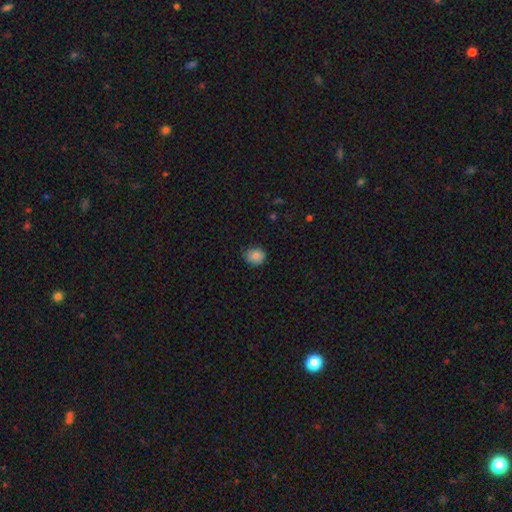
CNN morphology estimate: smooth-or-featured: smooth: 79% | featured or disk: 11% | star or artifact: 9%
  how-rounded: round: 77% | in between: 22% | cigar-shaped: 1%
  merging: none: 77% | minor disturbance: 20% | major disturbance: 3% | merger: 1%